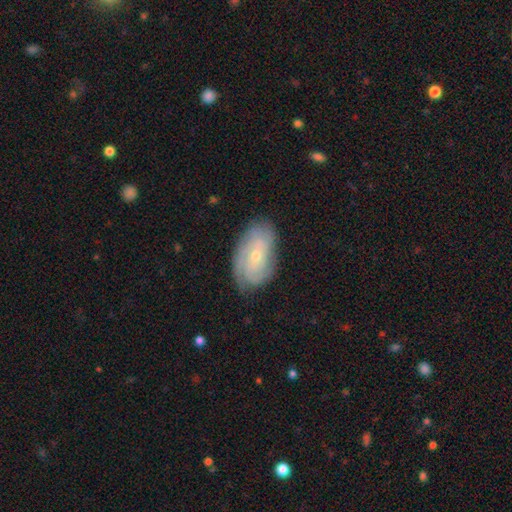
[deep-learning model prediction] The model was most divided on "spiral arm count": can't tell: 44%, 2: 18%, 3: 18%, 4: 11%, 1: 5%, more than 4: 5%. More confident: edge-on disk — no (95%); spiral arms — yes (91%); merging — none (77%); smooth or featured — featured or disk (73%); spiral winding — tight (68%); bar — no (64%); bulge size — small (64%).